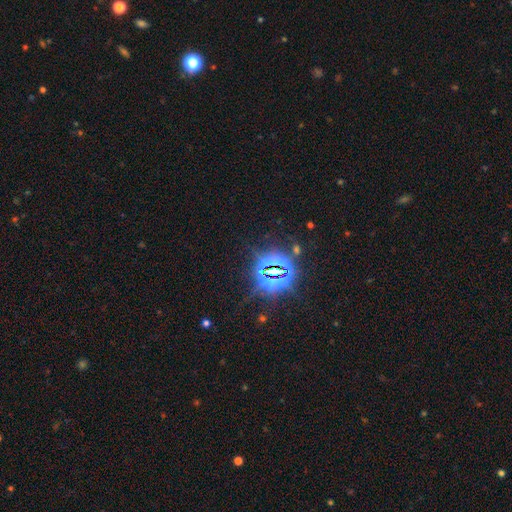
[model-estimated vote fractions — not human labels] Smooth or featured? Predicted: star or artifact (p=0.84).